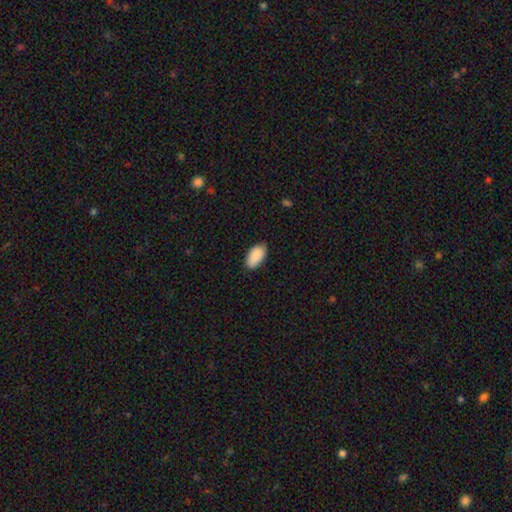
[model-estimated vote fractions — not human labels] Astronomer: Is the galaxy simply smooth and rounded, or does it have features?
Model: smooth — 90%.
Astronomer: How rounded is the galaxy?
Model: in between — 95%.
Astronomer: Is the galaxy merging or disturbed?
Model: none — 85%.